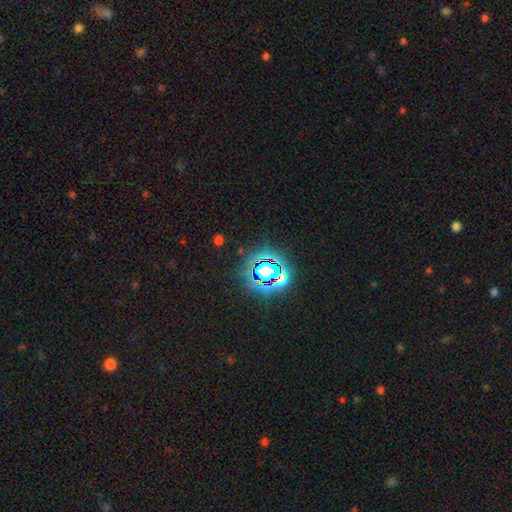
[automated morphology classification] This appears to be a star or artifact, not a galaxy (83%).